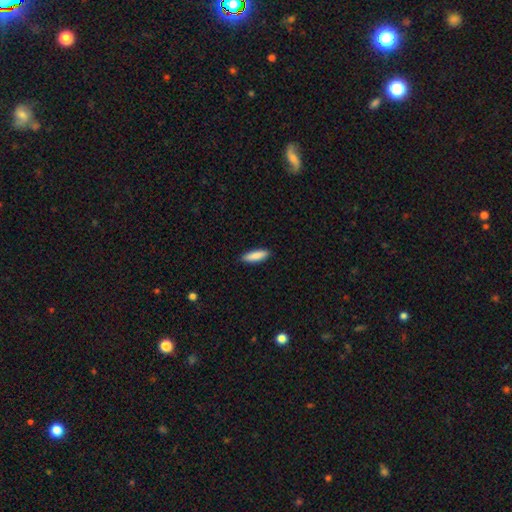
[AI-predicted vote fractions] smooth_or_featured: smooth (p=0.88) [alt: featured or disk p=0.06]
how_rounded: cigar-shaped (p=0.55) [alt: in between p=0.44]
merging: none (p=0.89) [alt: minor disturbance p=0.08]